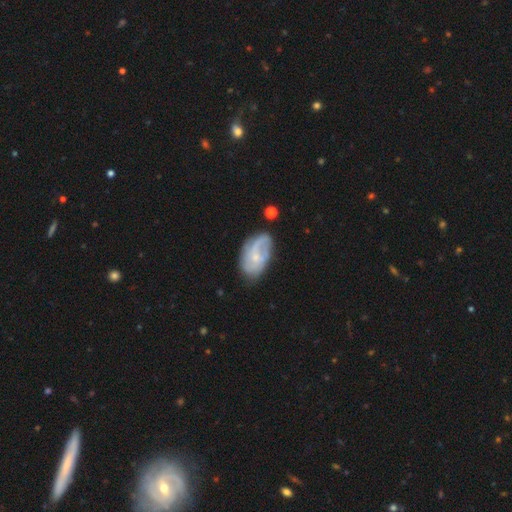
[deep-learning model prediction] A featured or disk galaxy (63%) with no bar (61%), spiral arms (80%) and a small central bulge (67%). Merging: none (58%).